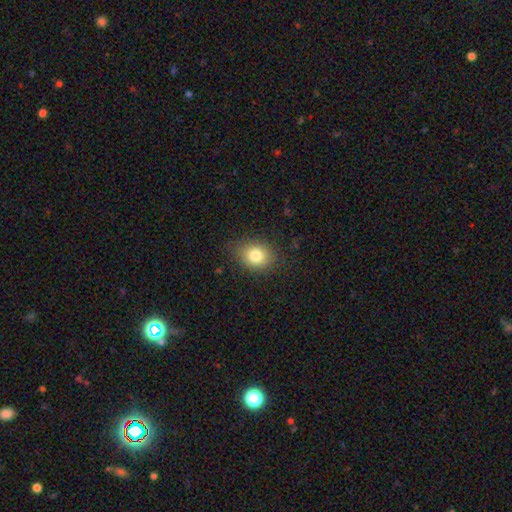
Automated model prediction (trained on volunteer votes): Smooth or featured? Predicted: smooth (p=0.81). How rounded? Predicted: in between (p=0.51). Merging? Predicted: none (p=0.82).